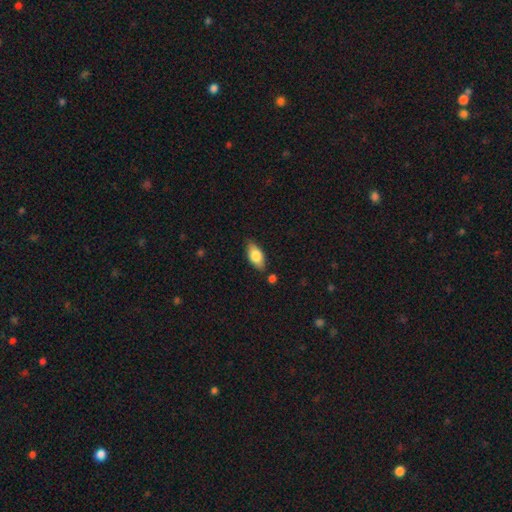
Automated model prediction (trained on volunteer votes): smooth-or-featured: smooth: 77% | featured or disk: 17% | star or artifact: 6%
  how-rounded: in between: 88% | cigar-shaped: 9% | round: 3%
  merging: none: 80% | minor disturbance: 13% | merger: 4% | major disturbance: 3%